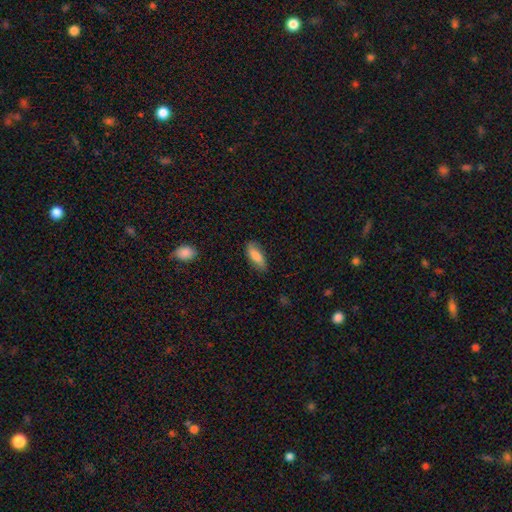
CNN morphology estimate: This appears to be a smooth galaxy with no disk features (82%) that is in between round and cigar-shaped (73%). Merging: none (79%).